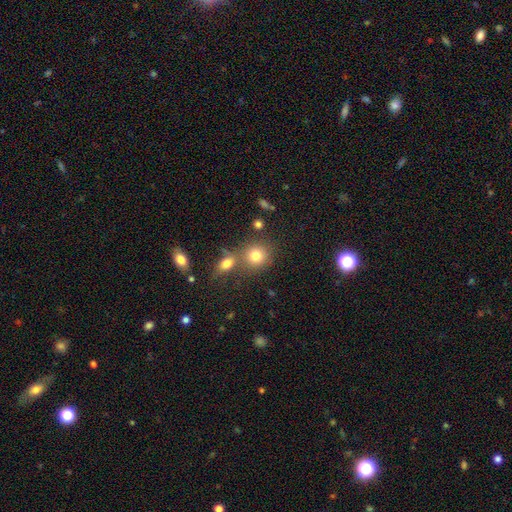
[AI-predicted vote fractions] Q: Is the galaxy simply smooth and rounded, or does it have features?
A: smooth — 79%.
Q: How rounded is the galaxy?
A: round — 81%.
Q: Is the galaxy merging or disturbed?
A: none — 61%.